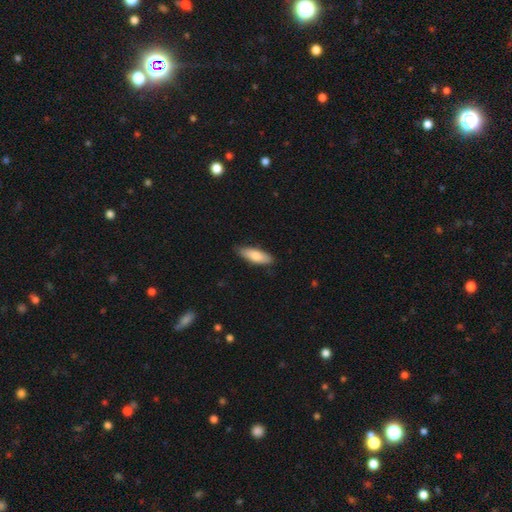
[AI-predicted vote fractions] smooth-or-featured: smooth: 81% | featured or disk: 14% | star or artifact: 5%
  how-rounded: in between: 59% | cigar-shaped: 39% | round: 2%
  merging: none: 85% | minor disturbance: 12% | major disturbance: 2% | merger: 1%